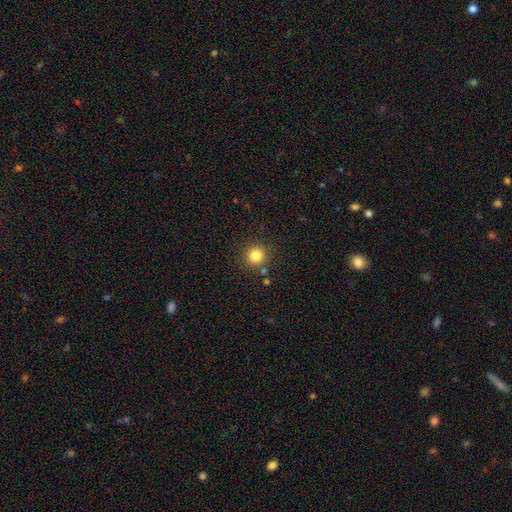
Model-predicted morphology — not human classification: Smooth or featured?
  - smooth: 82% *
  - star or artifact: 12%
  - featured or disk: 5%
How rounded?
  - round: 95% *
  - in between: 4%
  - cigar-shaped: 1%
Merging?
  - none: 87% *
  - minor disturbance: 7%
  - merger: 4%
  - major disturbance: 2%